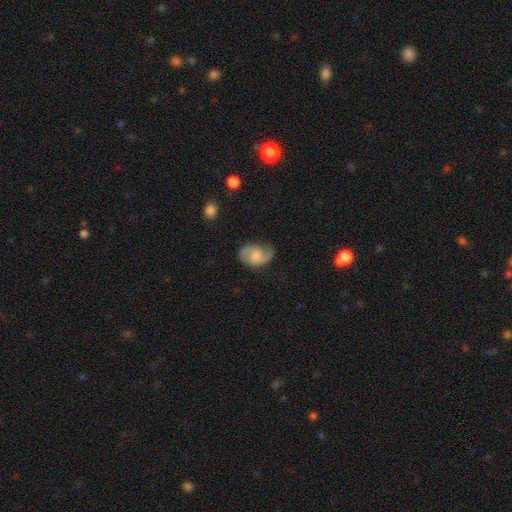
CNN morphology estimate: A featured or disk galaxy (76%) with no bar (52%), 2 (87%) medium (49%) spiral arms (95%) and a small central bulge (38%). Merging: none (71%).